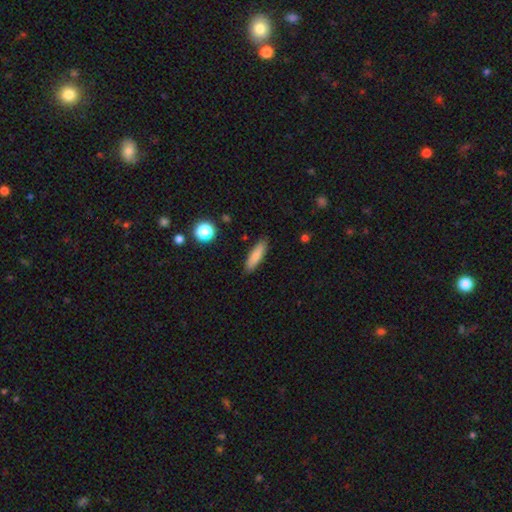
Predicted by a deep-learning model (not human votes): Smooth or featured? Predicted: smooth (p=0.80). How rounded? Predicted: cigar-shaped (p=0.68). Merging? Predicted: none (p=0.88).